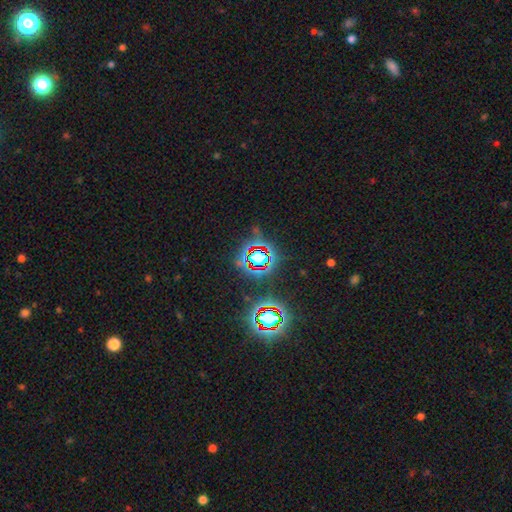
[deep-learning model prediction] This appears to be a star or artifact, not a galaxy (73%).